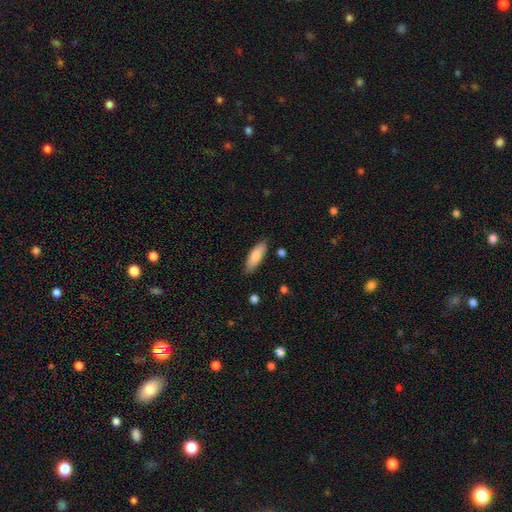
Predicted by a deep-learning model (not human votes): smooth 82%, featured or disk 12%, star or artifact 6%. Down the decision tree: how rounded — in between (55%); merging — none (84%).